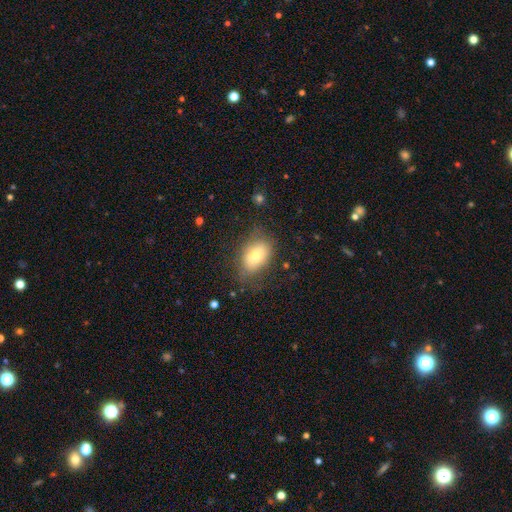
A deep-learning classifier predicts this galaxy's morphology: This appears to be a smooth galaxy with no disk features (72%) that is in between round and cigar-shaped (82%). Merging: none (67%).